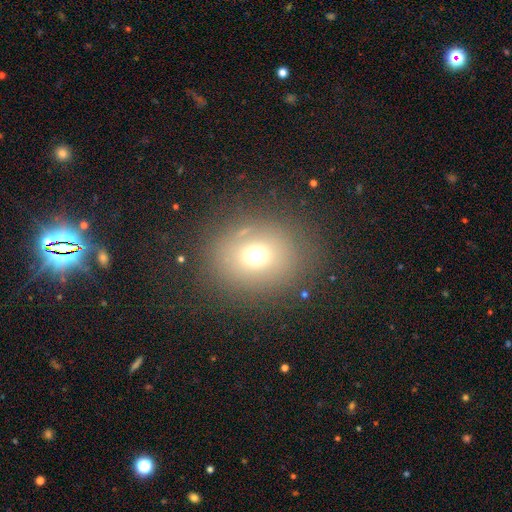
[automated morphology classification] type=smooth (67%); roundness=round (66%); merging=none (78%).